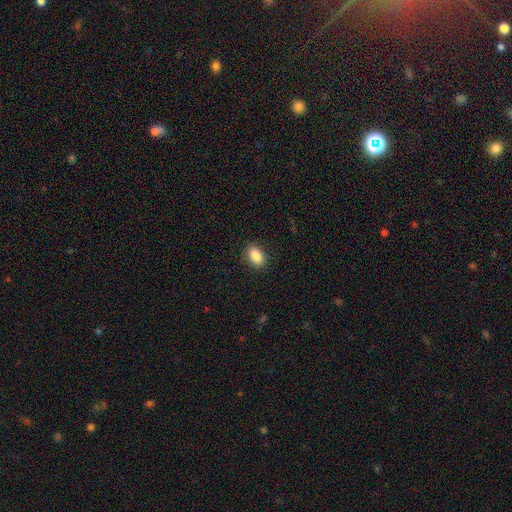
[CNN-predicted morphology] smooth 88%, star or artifact 8%, featured or disk 4%. Down the decision tree: how rounded — in between (86%); merging — none (89%).